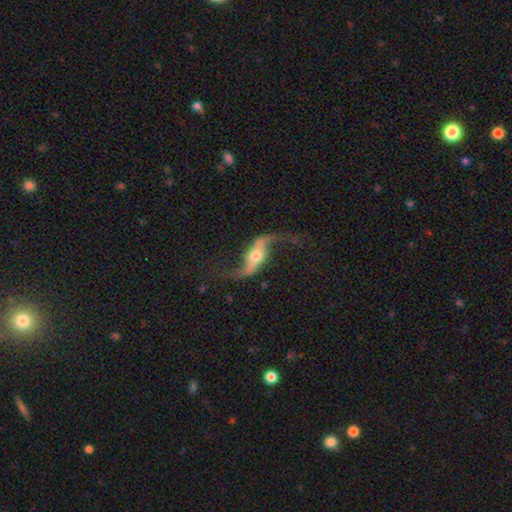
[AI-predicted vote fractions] Smooth or featured? Predicted: featured or disk (p=0.89). Edge-on disk? Predicted: no (p=0.88). Bar? Predicted: no (p=0.36). Spiral arms? Predicted: yes (p=0.95). Spiral winding? Predicted: loose (p=0.94). Spiral arm count? Predicted: 2 (p=0.94). Bulge size? Predicted: moderate (p=0.60). Merging? Predicted: none (p=0.74).